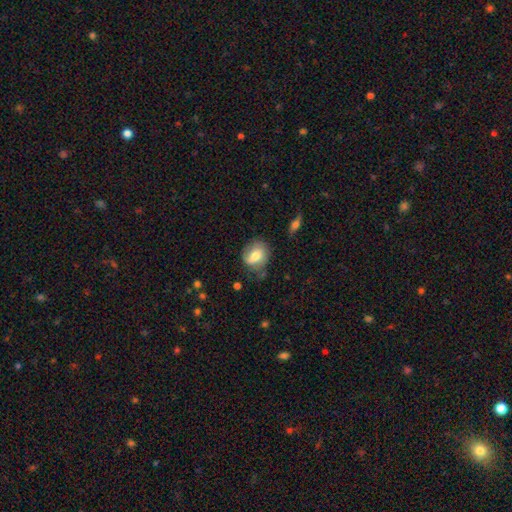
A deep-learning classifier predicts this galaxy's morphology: A smooth galaxy with no disk features (67%) that is round (55%).

Vote fractions:
- Smooth or featured? smooth: 67% / featured or disk: 25% / star or artifact: 8%
- How rounded? round: 55% / in between: 43% / cigar-shaped: 1%
- Merging? none: 60% / minor disturbance: 28% / major disturbance: 9% / merger: 3%